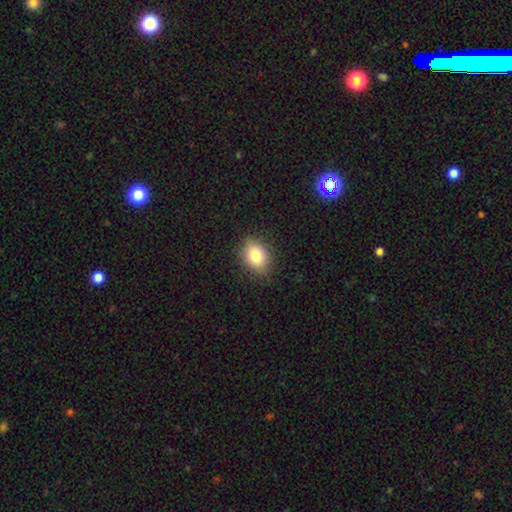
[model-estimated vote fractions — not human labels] A smooth galaxy with no disk features (79%) that is in between round and cigar-shaped (68%). Merging: none (84%).